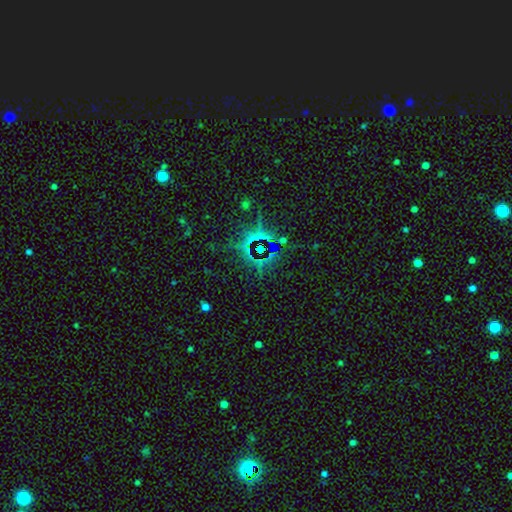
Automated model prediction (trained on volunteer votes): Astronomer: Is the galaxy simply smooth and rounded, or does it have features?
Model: star or artifact — 78%.